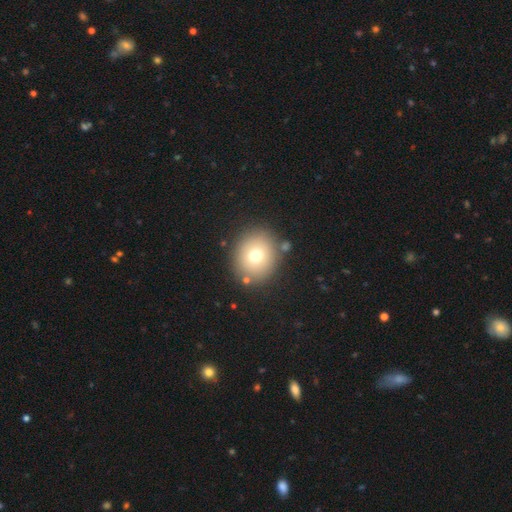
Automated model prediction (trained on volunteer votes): Morphology: type=smooth (71%); roundness=round (80%); merging=none (84%).